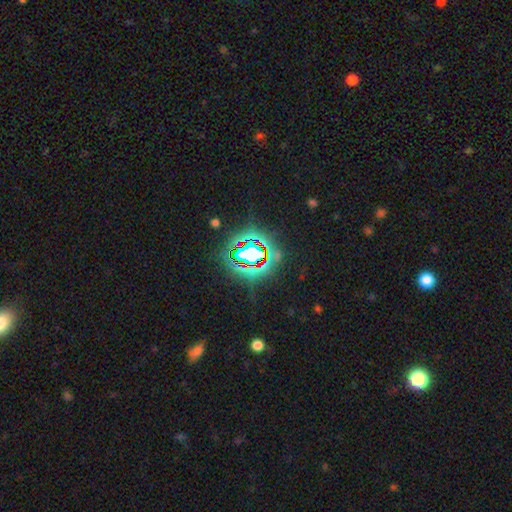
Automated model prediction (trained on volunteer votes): This appears to be a star or artifact, not a galaxy (80%).